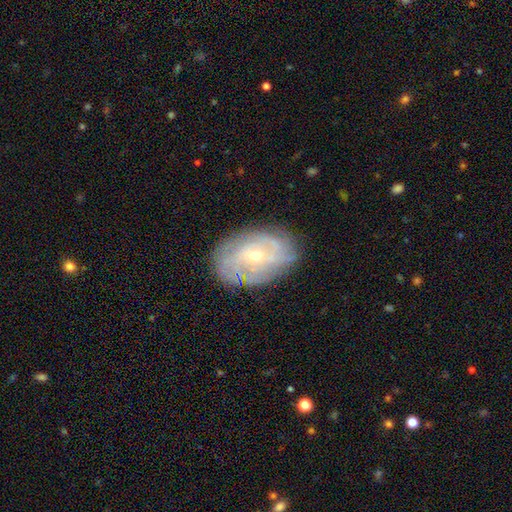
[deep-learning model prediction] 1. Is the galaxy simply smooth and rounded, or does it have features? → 74% featured or disk, 19% smooth, 7% star or artifact.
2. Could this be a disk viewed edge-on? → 95% no, 5% yes.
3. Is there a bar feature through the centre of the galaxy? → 62% no, 31% weak, 7% strong.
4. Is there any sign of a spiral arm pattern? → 81% yes, 19% no.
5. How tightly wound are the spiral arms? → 60% tight, 28% medium, 12% loose.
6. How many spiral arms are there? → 53% can't tell, 16% 2, 11% 3, 9% 4, 6% more than 4, 5% 1.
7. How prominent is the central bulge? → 57% small, 40% moderate, 1% large, 1% none, 1% dominant.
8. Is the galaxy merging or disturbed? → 76% none, 17% minor disturbance, 6% major disturbance, 1% merger.